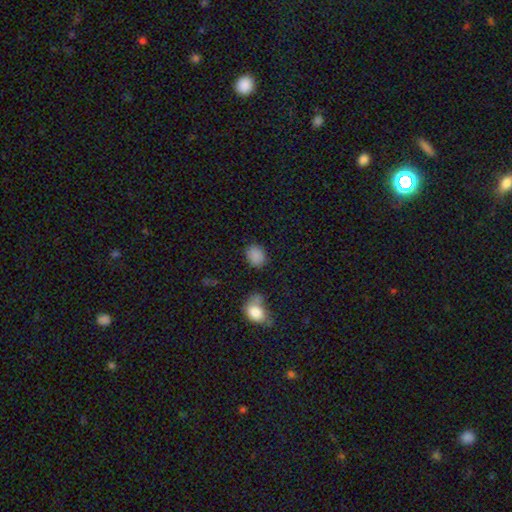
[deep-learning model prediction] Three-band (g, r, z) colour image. It shows a smooth galaxy with no disk features (86%) that is in between round and cigar-shaped (55%). Merging: none (79%).